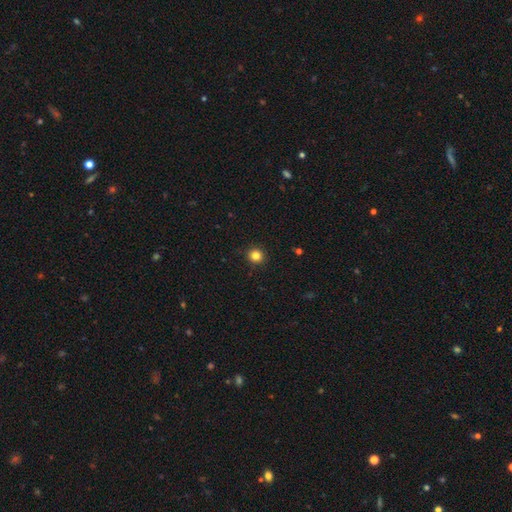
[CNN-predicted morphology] Q: Smooth or featured?
A: smooth (83%); runner-up: star or artifact (12%)
Q: How rounded?
A: round (92%); runner-up: in between (7%)
Q: Merging?
A: none (93%); runner-up: minor disturbance (5%)